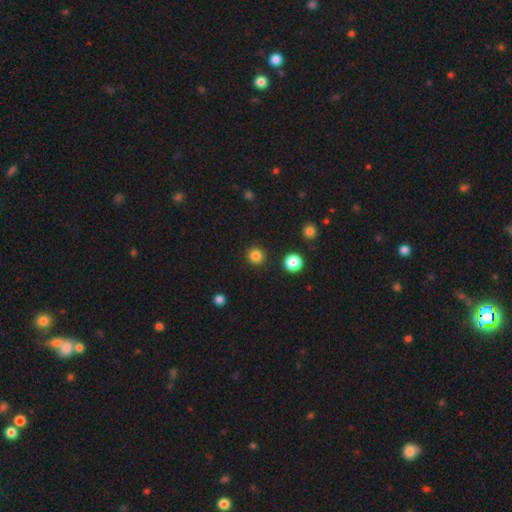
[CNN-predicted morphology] Q: Smooth or featured?
A: smooth (84%); runner-up: star or artifact (13%)
Q: How rounded?
A: round (95%); runner-up: in between (4%)
Q: Merging?
A: none (92%); runner-up: minor disturbance (4%)